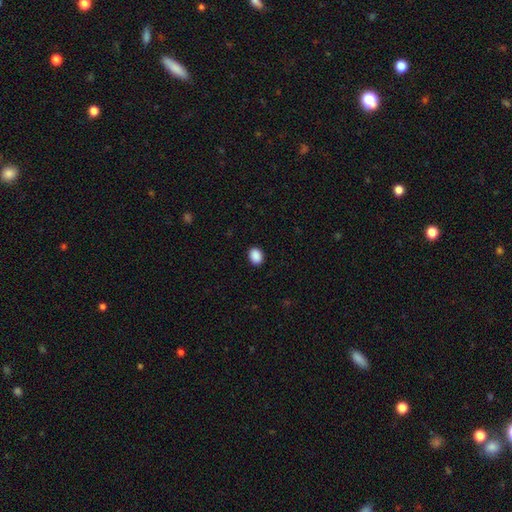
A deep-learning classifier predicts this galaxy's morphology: Smooth or featured? smooth (90%)
How rounded? in between (61%)
Merging? none (91%)